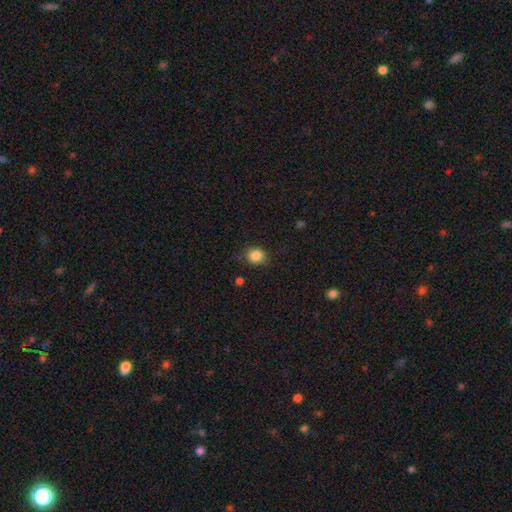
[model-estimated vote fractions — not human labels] Smooth or featured?
  - smooth: 85% *
  - star or artifact: 10%
  - featured or disk: 5%
How rounded?
  - round: 72% *
  - in between: 27%
  - cigar-shaped: 1%
Merging?
  - none: 79% *
  - minor disturbance: 16%
  - major disturbance: 4%
  - merger: 2%